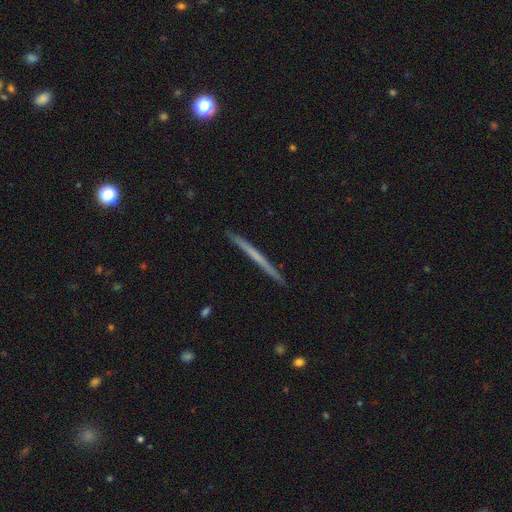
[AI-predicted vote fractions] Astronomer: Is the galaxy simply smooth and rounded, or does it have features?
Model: featured or disk — 49% (runner-up: smooth, 45%).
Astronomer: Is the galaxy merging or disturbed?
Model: none — 92%.